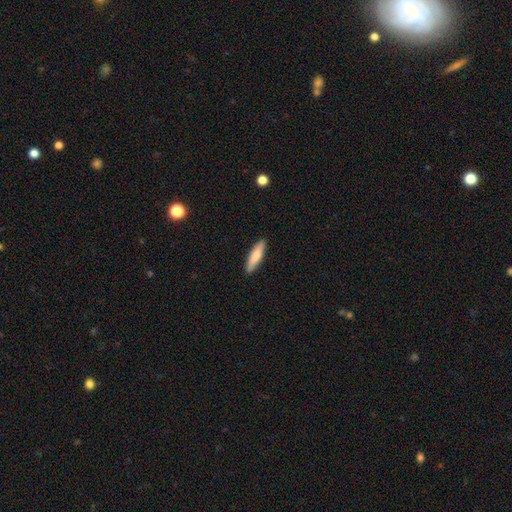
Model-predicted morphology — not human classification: The model was most divided on "how rounded": cigar-shaped: 75%, in between: 23%, round: 1%. More confident: merging — none (89%); smooth or featured — smooth (78%).